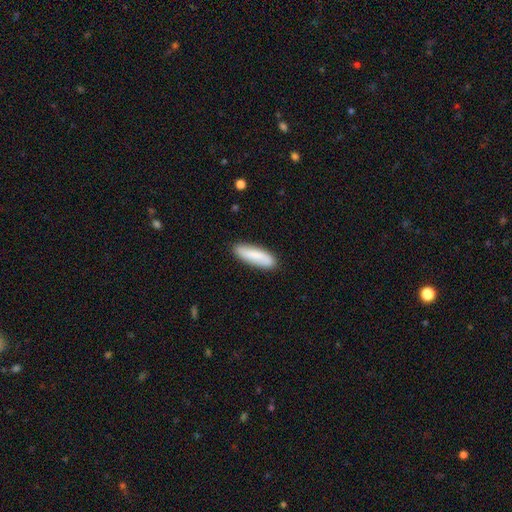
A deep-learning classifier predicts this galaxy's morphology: This appears to be a smooth galaxy with no disk features (80%) that is cigar-shaped (60%). Merging: none (86%).